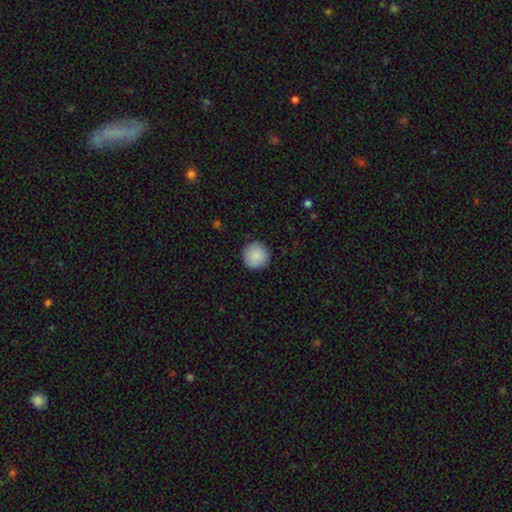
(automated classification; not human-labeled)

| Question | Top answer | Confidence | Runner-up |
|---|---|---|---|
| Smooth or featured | smooth | 89% | star or artifact (7%) |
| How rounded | round | 95% | in between (4%) |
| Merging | none | 91% | minor disturbance (7%) |